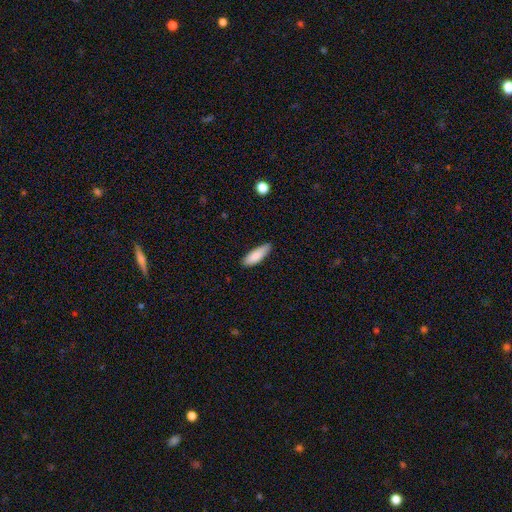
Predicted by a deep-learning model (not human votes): Smooth or featured? Predicted: smooth (p=0.86). How rounded? Predicted: in between (p=0.57). Merging? Predicted: none (p=0.76).